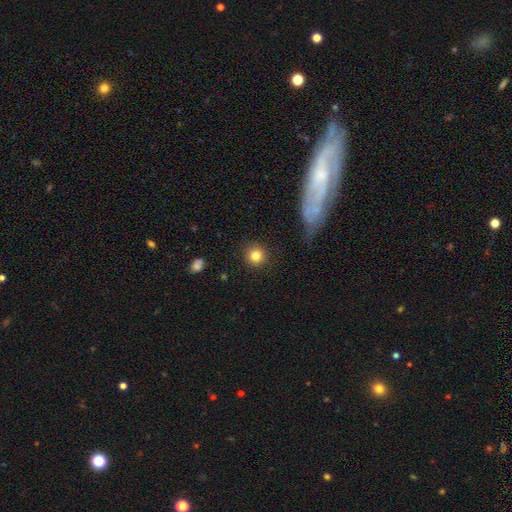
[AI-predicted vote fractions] smooth 82%, star or artifact 11%, featured or disk 7%. Down the decision tree: how rounded — round (93%); merging — none (90%).